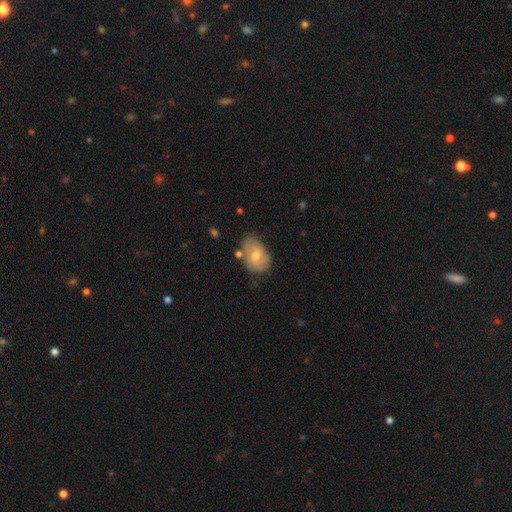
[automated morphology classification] Smooth or featured?
  - smooth: 52% *
  - featured or disk: 39%
  - star or artifact: 9%
How rounded?
  - in between: 82% *
  - round: 16%
  - cigar-shaped: 1%
Merging?
  - none: 62% *
  - minor disturbance: 27%
  - major disturbance: 6%
  - merger: 5%